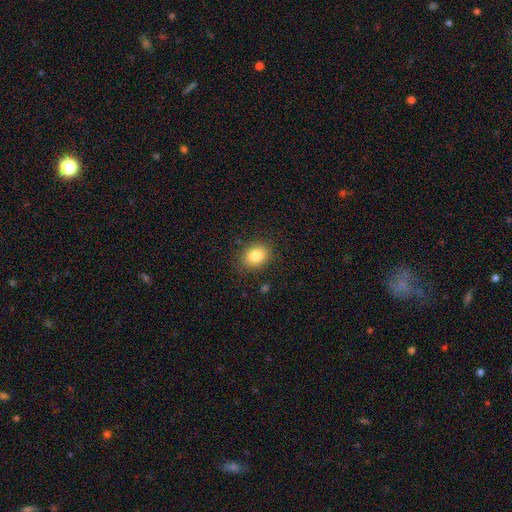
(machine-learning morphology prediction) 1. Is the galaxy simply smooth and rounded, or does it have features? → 83% smooth, 10% star or artifact, 8% featured or disk.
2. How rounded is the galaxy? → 55% in between, 44% round, 1% cigar-shaped.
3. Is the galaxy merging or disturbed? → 86% none, 10% minor disturbance, 3% major disturbance, 1% merger.